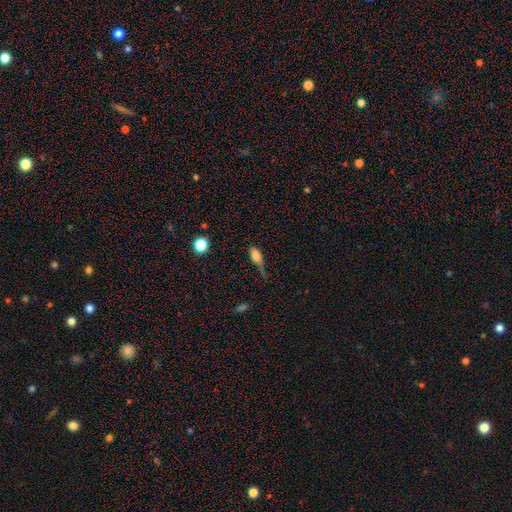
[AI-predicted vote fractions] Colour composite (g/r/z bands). It shows a smooth galaxy with no disk features (72%) that is in between round and cigar-shaped (74%). Merging: minor disturbance (34%).